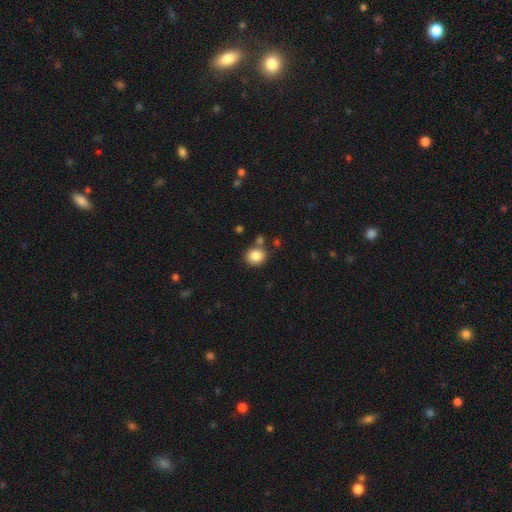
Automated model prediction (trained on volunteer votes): smooth_or_featured: smooth (p=0.85) [alt: star or artifact p=0.10]
how_rounded: round (p=0.76) [alt: in between p=0.24]
merging: none (p=0.75) [alt: minor disturbance p=0.11]